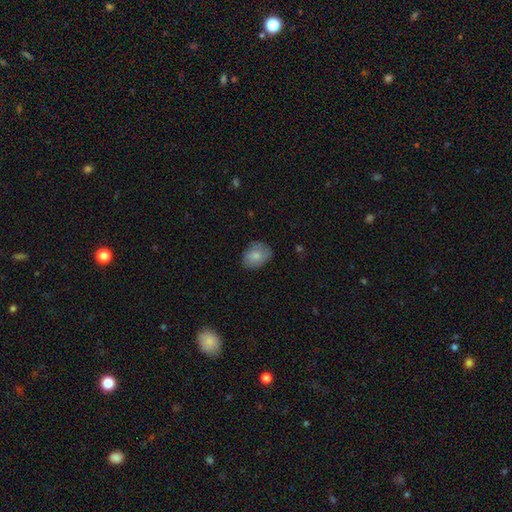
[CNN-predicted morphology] Overall: smooth (79%). How rounded: in between (65%; round 33%). Merging: none (73%).